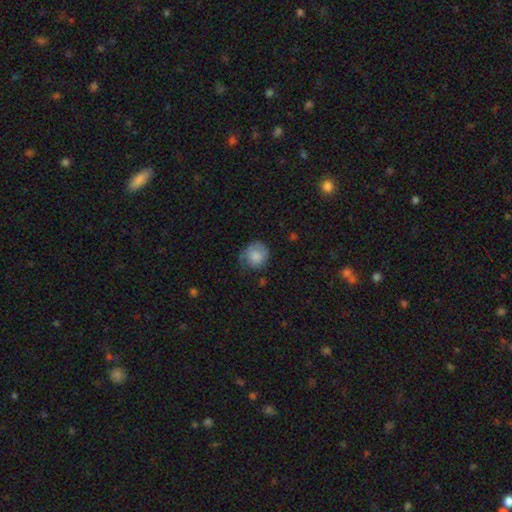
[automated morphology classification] Q: Smooth or featured?
A: smooth (72%); runner-up: featured or disk (21%)
Q: How rounded?
A: round (77%); runner-up: in between (22%)
Q: Merging?
A: none (46%); runner-up: minor disturbance (33%)